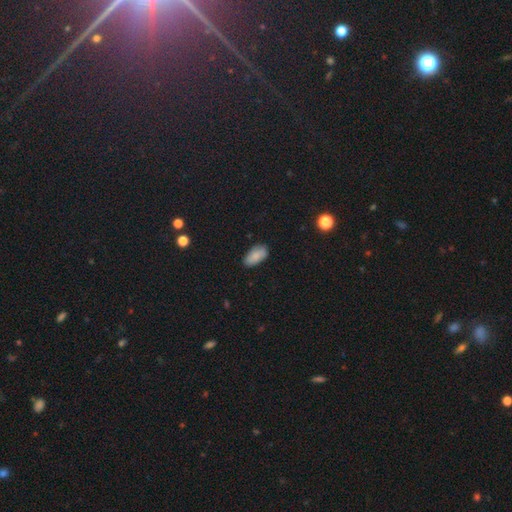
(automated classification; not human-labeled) Smooth or featured? Predicted: smooth (p=0.85). How rounded? Predicted: in between (p=0.93). Merging? Predicted: none (p=0.81).